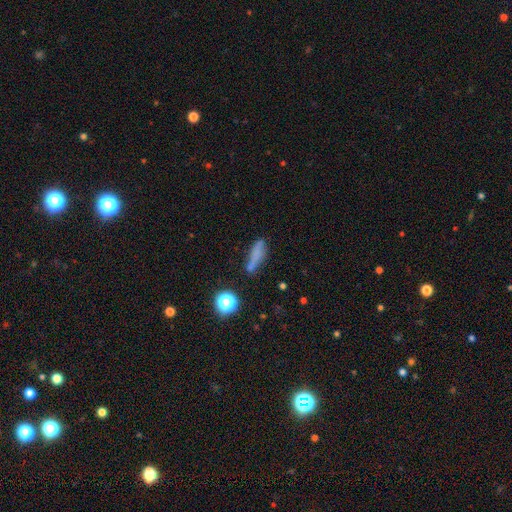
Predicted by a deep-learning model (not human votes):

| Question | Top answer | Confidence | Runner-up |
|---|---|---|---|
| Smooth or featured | smooth | 65% | featured or disk (19%) |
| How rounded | cigar-shaped | 60% | in between (34%) |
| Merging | none | 57% | minor disturbance (24%) |